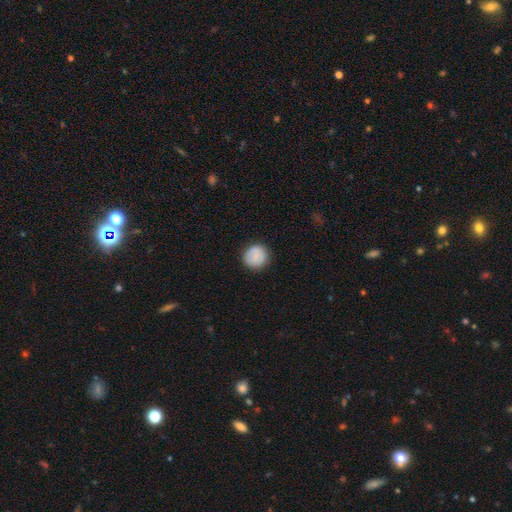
smooth 84%, featured or disk 11%, star or artifact 5%. Down the decision tree: how rounded — round (97%); merging — none (92%).